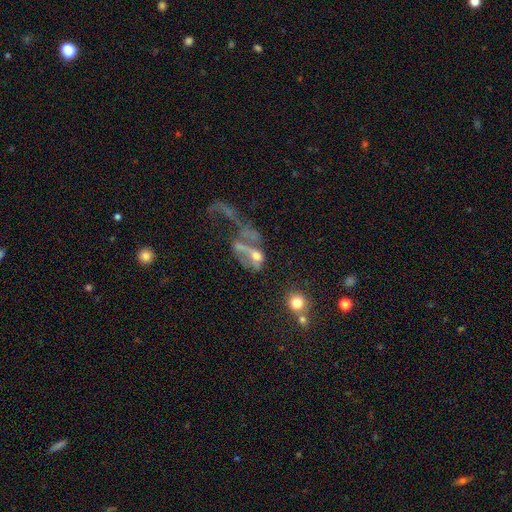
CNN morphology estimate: Overall: featured or disk (47%; smooth 37%). Merging: major disturbance (42%; merger 39%).